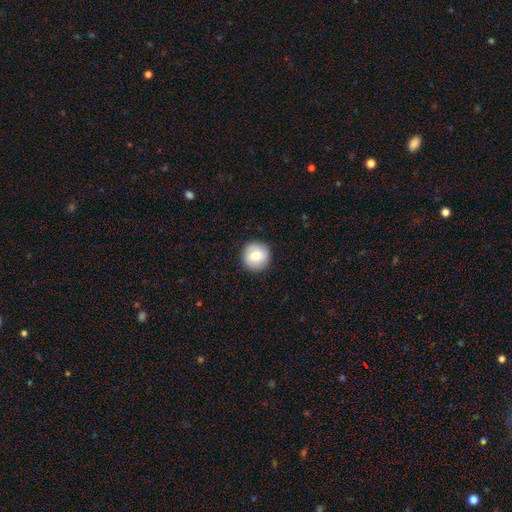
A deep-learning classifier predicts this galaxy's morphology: Smooth or featured? Predicted: smooth (p=0.71). How rounded? Predicted: round (p=0.95). Merging? Predicted: none (p=0.90).